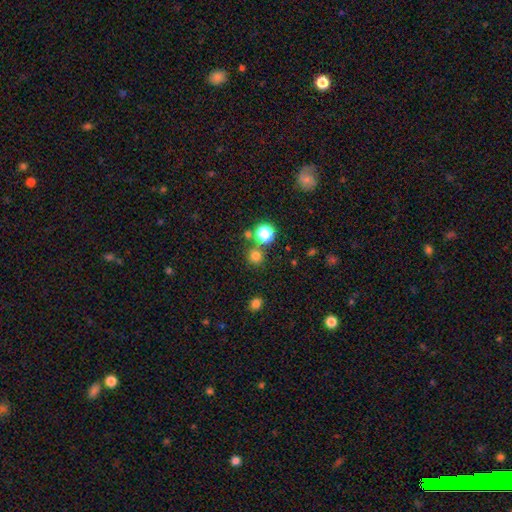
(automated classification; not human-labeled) Smooth or featured?
  - smooth: 74% *
  - star or artifact: 21%
  - featured or disk: 5%
How rounded?
  - round: 92% *
  - in between: 7%
  - cigar-shaped: 1%
Merging?
  - none: 77% *
  - merger: 13%
  - minor disturbance: 7%
  - major disturbance: 3%